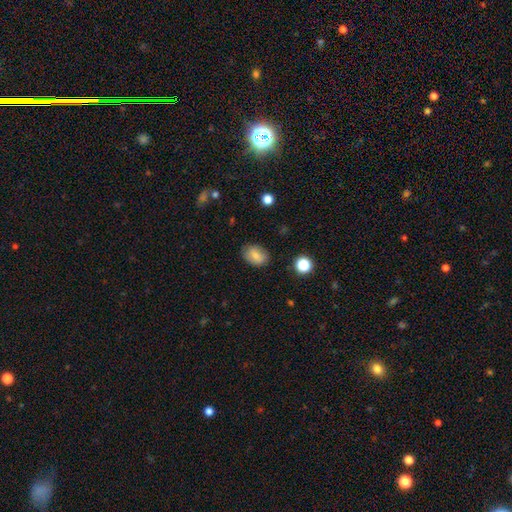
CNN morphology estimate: Smooth or featured? smooth (74%)
How rounded? in between (76%)
Merging? none (82%)